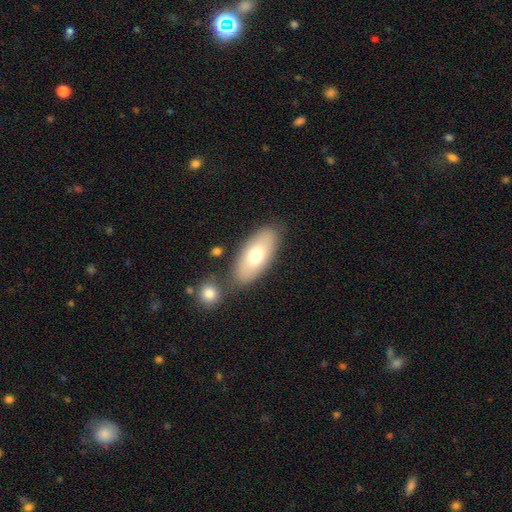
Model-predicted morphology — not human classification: A smooth galaxy with no disk features (68%) that is in between round and cigar-shaped (87%).

Vote fractions:
- Smooth or featured? smooth: 68% / featured or disk: 25% / star or artifact: 7%
- How rounded? in between: 87% / cigar-shaped: 10% / round: 3%
- Merging? none: 76% / minor disturbance: 12% / merger: 8% / major disturbance: 4%